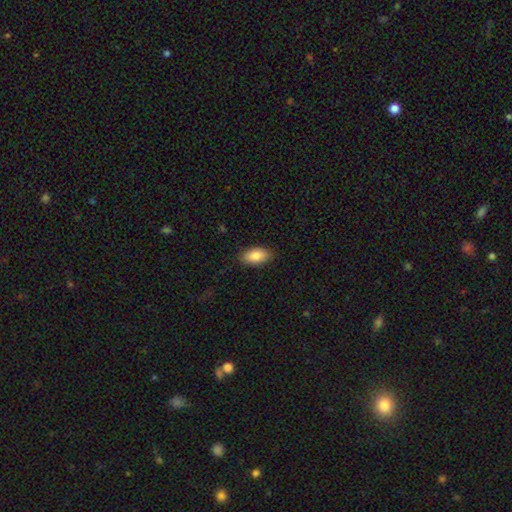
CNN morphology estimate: Smooth or featured?
  - smooth: 87% *
  - star or artifact: 7%
  - featured or disk: 6%
How rounded?
  - in between: 93% *
  - cigar-shaped: 3%
  - round: 3%
Merging?
  - none: 86% *
  - minor disturbance: 10%
  - major disturbance: 3%
  - merger: 1%